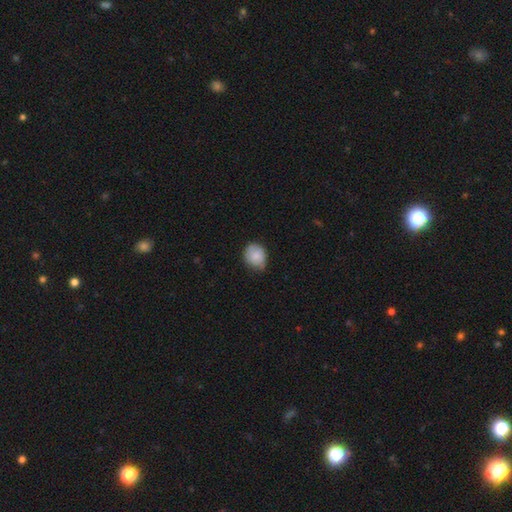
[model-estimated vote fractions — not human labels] Q: Smooth or featured?
A: smooth (76%); runner-up: featured or disk (17%)
Q: How rounded?
A: round (62%); runner-up: in between (37%)
Q: Merging?
A: none (65%); runner-up: minor disturbance (29%)